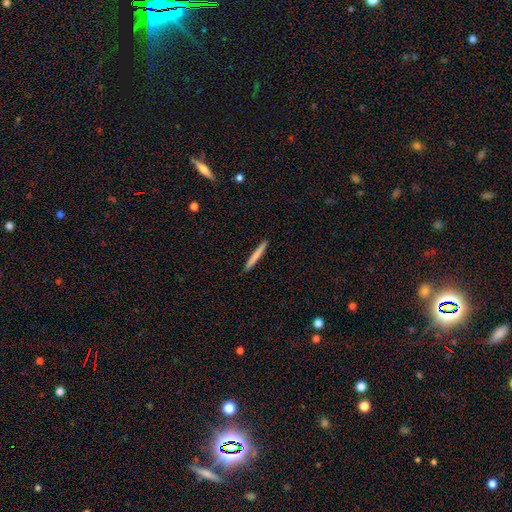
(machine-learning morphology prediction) A smooth galaxy with no disk features (74%) that is cigar-shaped (97%).

Vote fractions:
- Smooth or featured? smooth: 74% / featured or disk: 20% / star or artifact: 5%
- How rounded? cigar-shaped: 97% / in between: 2% / round: 1%
- Merging? none: 91% / minor disturbance: 6% / major disturbance: 1% / merger: 1%